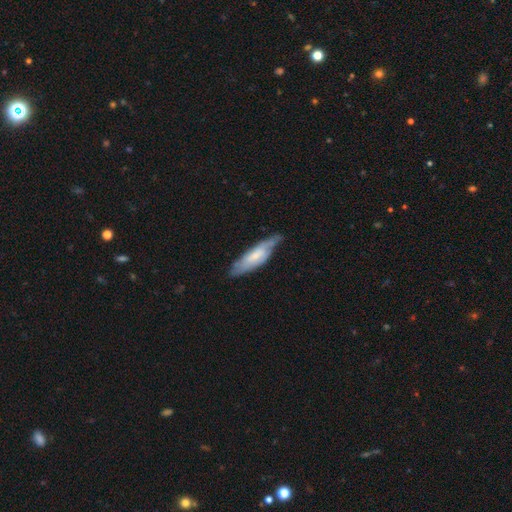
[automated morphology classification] This appears to be a featured or disk galaxy (52%). Merging: none (63%).